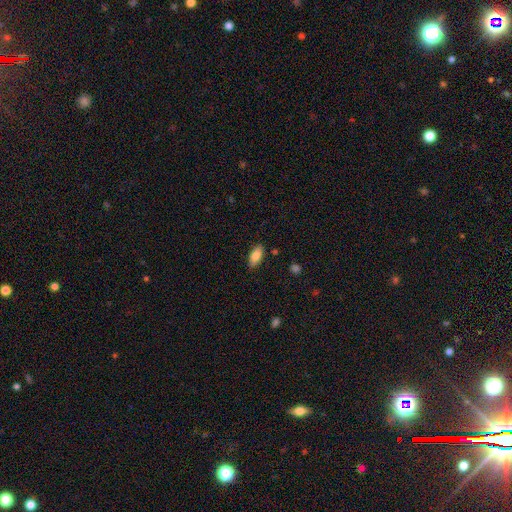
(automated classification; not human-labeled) Smooth or featured? smooth (83%)
How rounded? in between (88%)
Merging? none (86%)